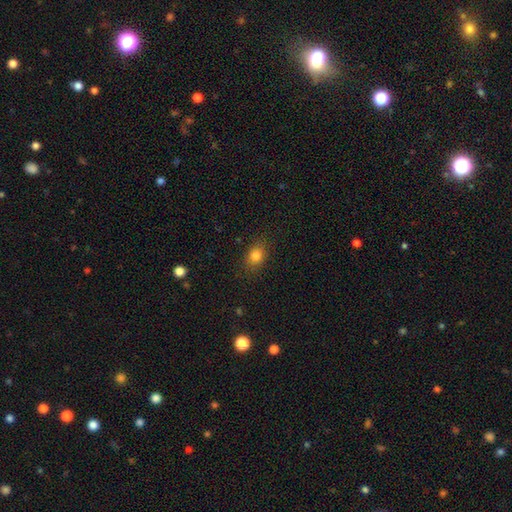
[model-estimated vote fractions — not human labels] smooth 82%, star or artifact 11%, featured or disk 7%. Down the decision tree: how rounded — in between (61%); merging — none (85%).